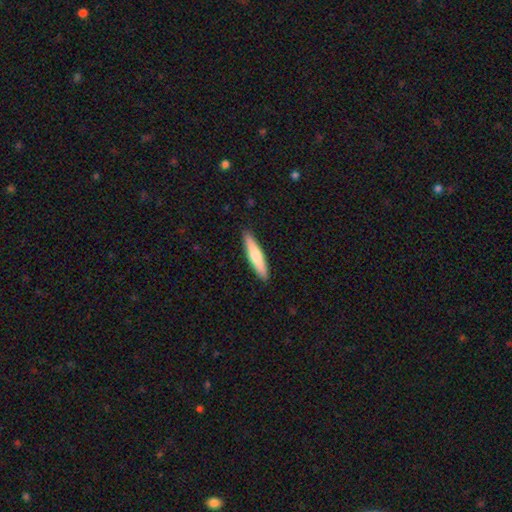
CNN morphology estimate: type=smooth (68%); roundness=cigar-shaped (87%); merging=none (91%).